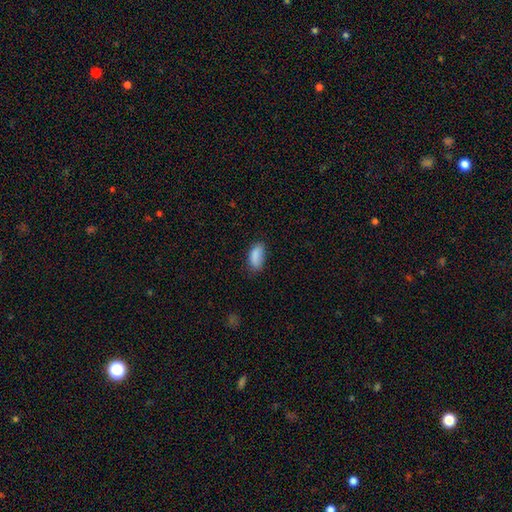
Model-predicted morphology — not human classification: Overall: smooth (86%). How rounded: in between (89%). Merging: none (68%).